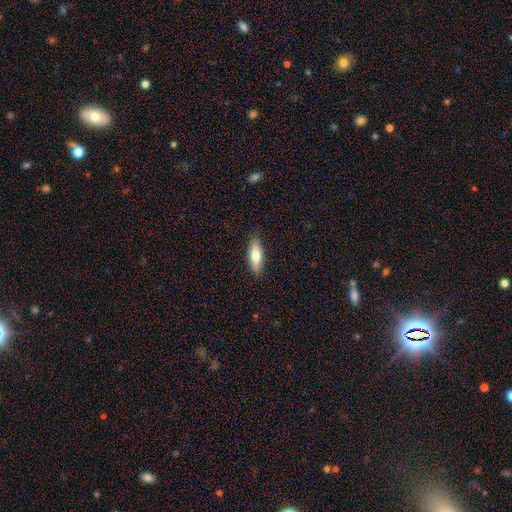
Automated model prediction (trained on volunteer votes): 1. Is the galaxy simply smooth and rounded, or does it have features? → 74% smooth, 20% featured or disk, 6% star or artifact.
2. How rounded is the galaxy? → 59% in between, 39% cigar-shaped, 2% round.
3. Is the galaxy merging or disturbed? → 88% none, 9% minor disturbance, 2% major disturbance, 1% merger.